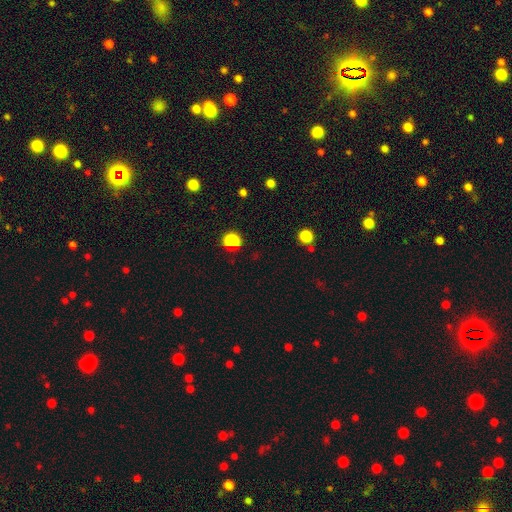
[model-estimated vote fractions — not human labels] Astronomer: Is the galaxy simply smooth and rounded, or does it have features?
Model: star or artifact — 53% (runner-up: smooth, 41%).